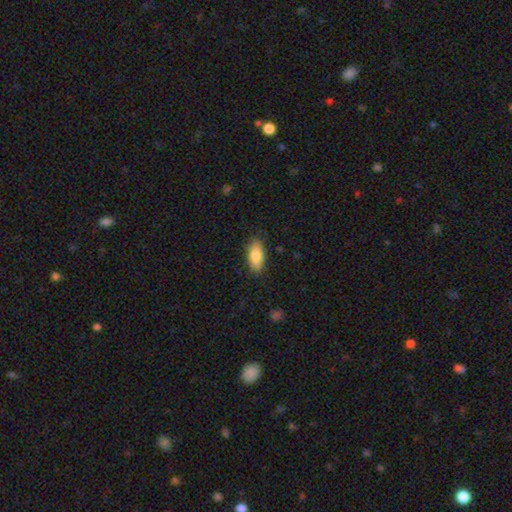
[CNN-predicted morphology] Smooth or featured? smooth (84%)
How rounded? in between (86%)
Merging? none (85%)